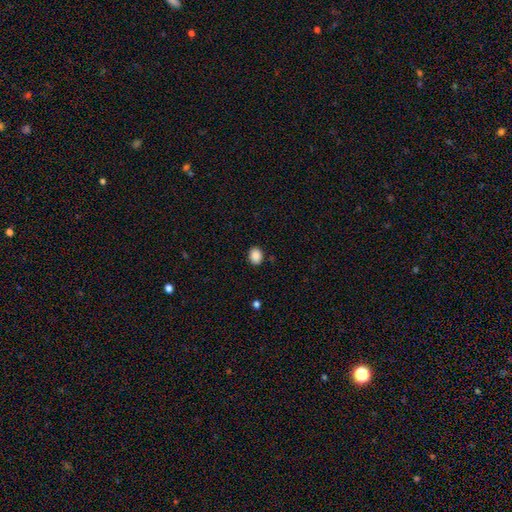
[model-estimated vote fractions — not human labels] smooth_or_featured: smooth (p=0.88) [alt: star or artifact p=0.09]
how_rounded: in between (p=0.56) [alt: round p=0.43]
merging: none (p=0.88) [alt: minor disturbance p=0.09]